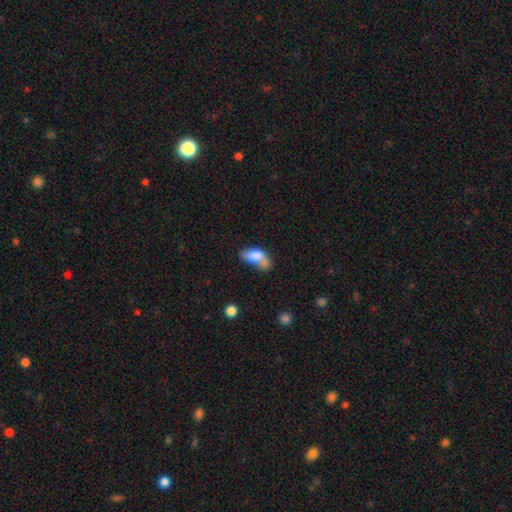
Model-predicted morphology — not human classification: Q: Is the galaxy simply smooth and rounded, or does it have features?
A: smooth — 74%.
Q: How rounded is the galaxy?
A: in between — 86%.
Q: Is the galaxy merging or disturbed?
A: merger — 37%.